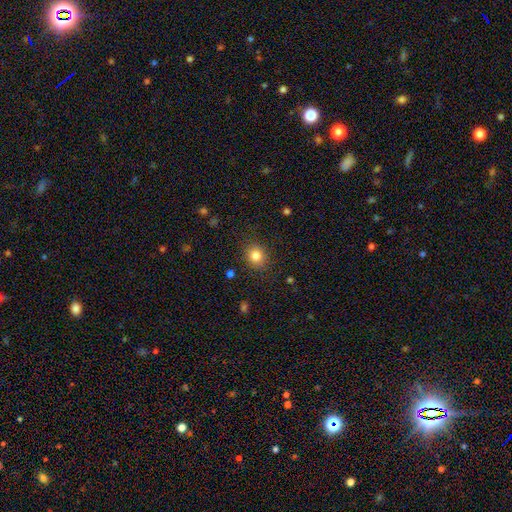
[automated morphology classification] The model was most divided on "how rounded": round: 74%, in between: 25%, cigar-shaped: 1%. More confident: merging — none (87%); smooth or featured — smooth (82%).